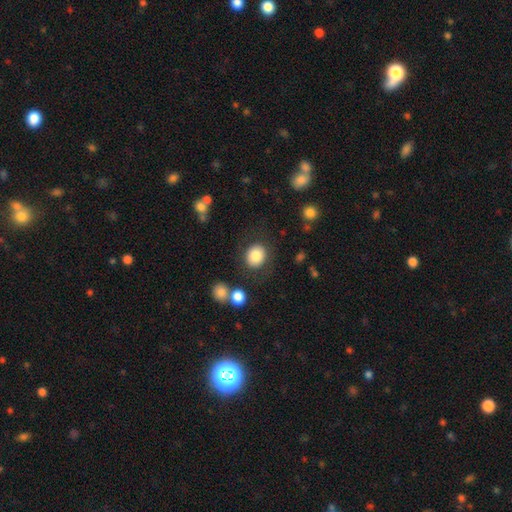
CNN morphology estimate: smooth-or-featured: smooth: 84% | star or artifact: 8% | featured or disk: 8%
  how-rounded: round: 71% | in between: 29% | cigar-shaped: 1%
  merging: none: 82% | minor disturbance: 10% | major disturbance: 5% | merger: 3%